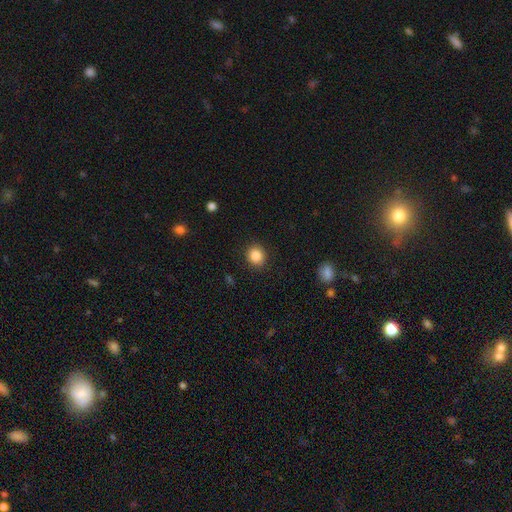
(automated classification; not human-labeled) The model was most divided on "how rounded": round: 81%, in between: 18%, cigar-shaped: 1%. More confident: merging — none (90%); smooth or featured — smooth (86%).